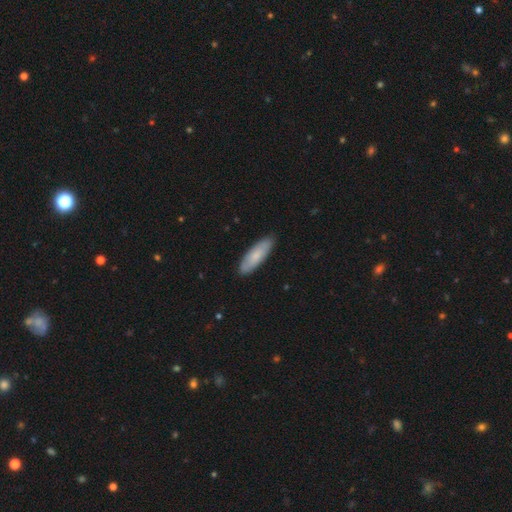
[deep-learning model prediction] Q: Smooth or featured?
A: smooth (77%); runner-up: featured or disk (17%)
Q: How rounded?
A: cigar-shaped (50%); runner-up: in between (49%)
Q: Merging?
A: none (88%); runner-up: minor disturbance (9%)